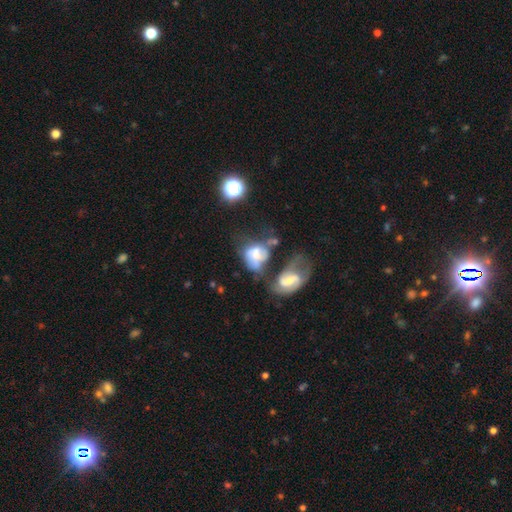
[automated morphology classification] A featured or disk galaxy (52%). Merging: merger (49%).